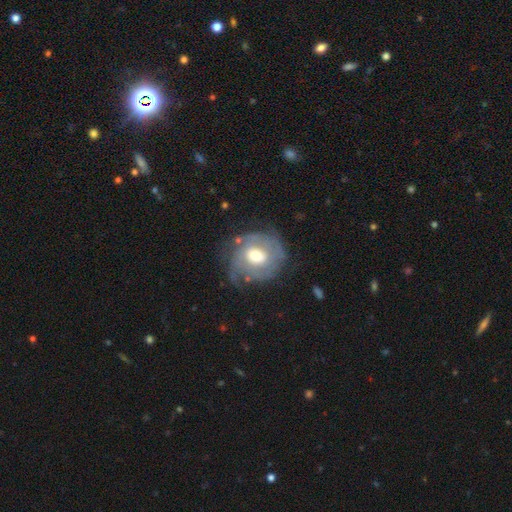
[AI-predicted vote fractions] smooth_or_featured: featured or disk (p=0.67) [alt: smooth p=0.27]
disk_edge_on: no (p=0.97) [alt: yes p=0.03]
bar: no (p=0.61) [alt: weak p=0.32]
has_spiral_arms: yes (p=0.74) [alt: no p=0.26]
bulge_size: moderate (p=0.64) [alt: large p=0.22]
merging: none (p=0.62) [alt: minor disturbance p=0.22]